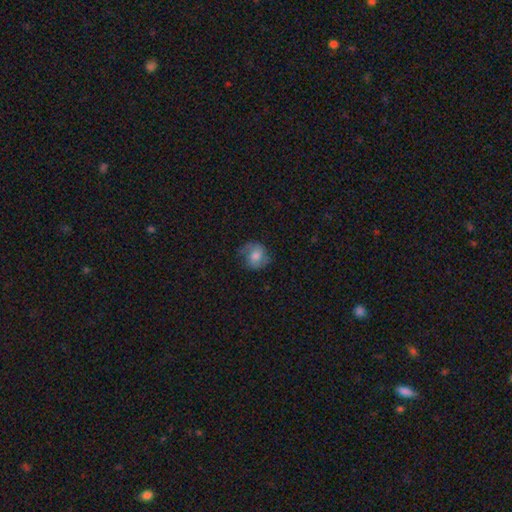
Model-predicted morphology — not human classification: This appears to be a smooth galaxy with no disk features (64%) that is round (72%). Merging: none (64%).